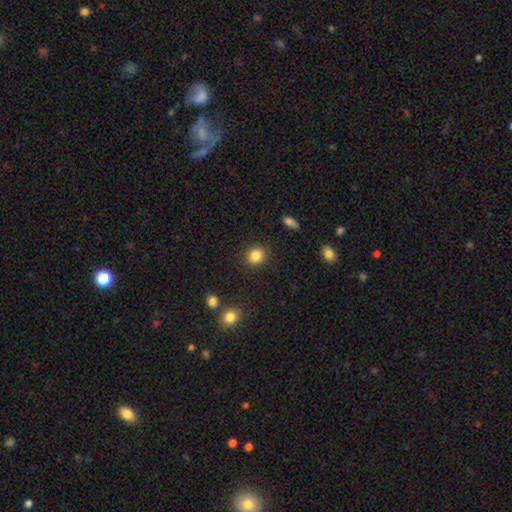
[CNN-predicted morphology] Smooth or featured? Predicted: smooth (p=0.85). How rounded? Predicted: round (p=0.83). Merging? Predicted: none (p=0.89).